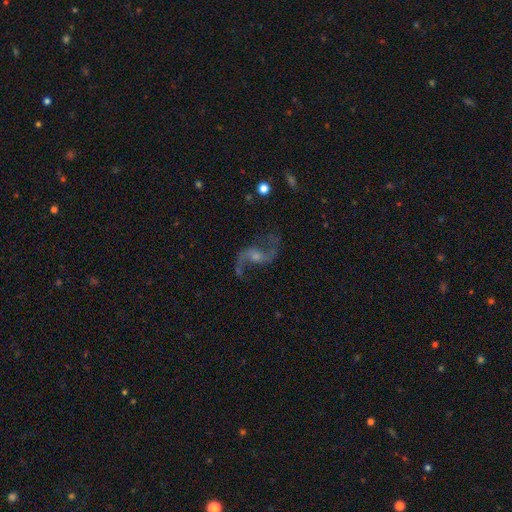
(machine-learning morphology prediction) Smooth or featured? featured or disk (87%)
Edge-on disk? no (97%)
Bar? no (46%)
Spiral arms? yes (96%)
Spiral winding? loose (82%)
Spiral arm count? 2 (93%)
Bulge size? small (49%)
Merging? none (74%)